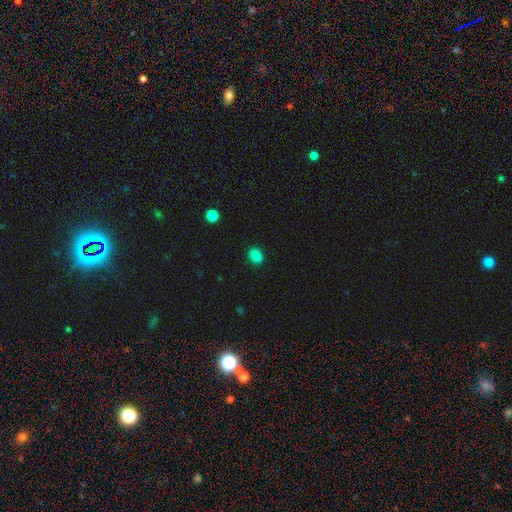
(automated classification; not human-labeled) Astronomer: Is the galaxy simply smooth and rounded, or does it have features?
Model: smooth — 86%.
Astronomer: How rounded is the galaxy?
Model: in between — 68%.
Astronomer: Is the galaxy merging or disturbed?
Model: none — 89%.